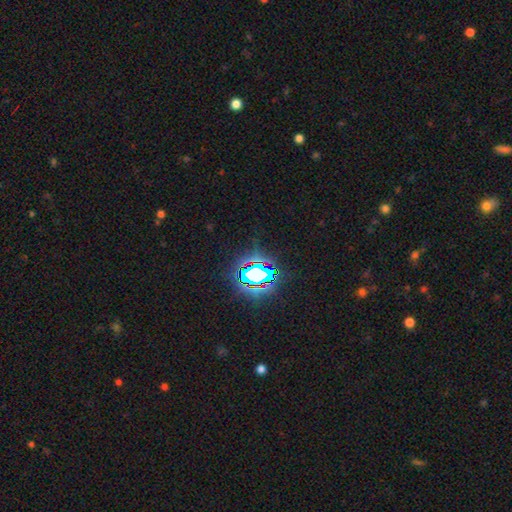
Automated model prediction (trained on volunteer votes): smooth_or_featured: star or artifact (p=0.75) [alt: smooth p=0.15]